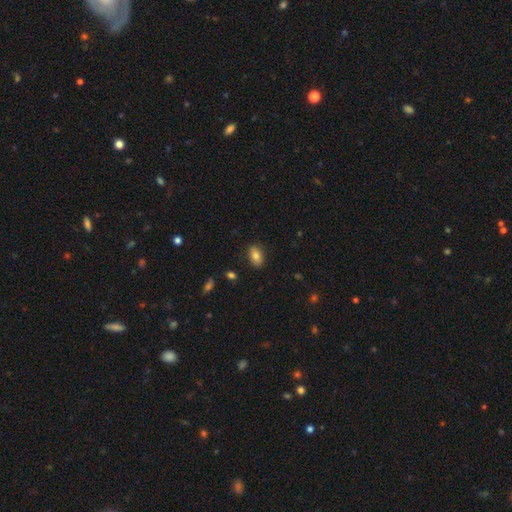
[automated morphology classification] smooth_or_featured: smooth (p=0.78) [alt: featured or disk p=0.13]
how_rounded: in between (p=0.88) [alt: round p=0.09]
merging: none (p=0.85) [alt: minor disturbance p=0.11]